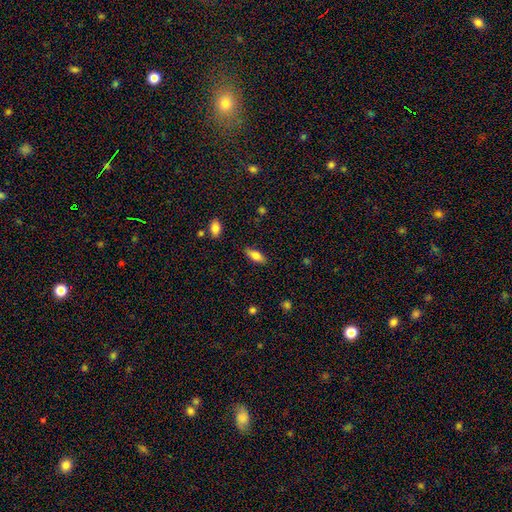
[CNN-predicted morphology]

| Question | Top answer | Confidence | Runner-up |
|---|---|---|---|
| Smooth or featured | smooth | 78% | featured or disk (15%) |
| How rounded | in between | 76% | cigar-shaped (21%) |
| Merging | none | 84% | minor disturbance (12%) |